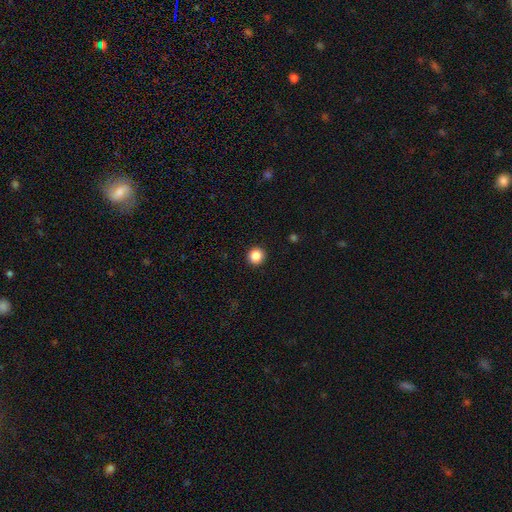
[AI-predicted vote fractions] The model was most divided on "smooth or featured": smooth: 87%, star or artifact: 10%, featured or disk: 3%. More confident: how rounded — round (95%); merging — none (93%).